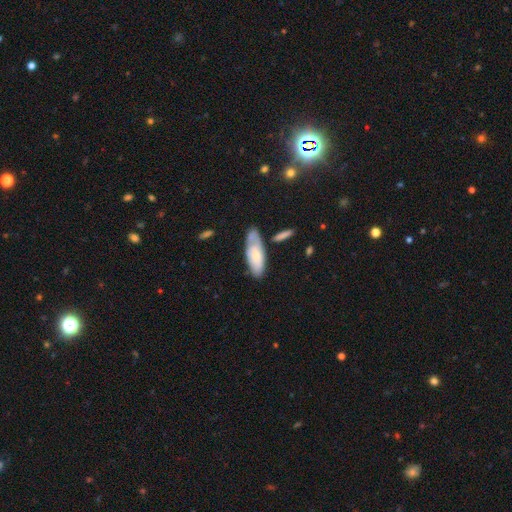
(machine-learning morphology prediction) A smooth galaxy with no disk features (53%) that is in between round and cigar-shaped (75%).

Vote fractions:
- Smooth or featured? smooth: 53% / featured or disk: 41% / star or artifact: 6%
- How rounded? in between: 75% / cigar-shaped: 23% / round: 2%
- Merging? none: 51% / minor disturbance: 28% / merger: 13% / major disturbance: 8%